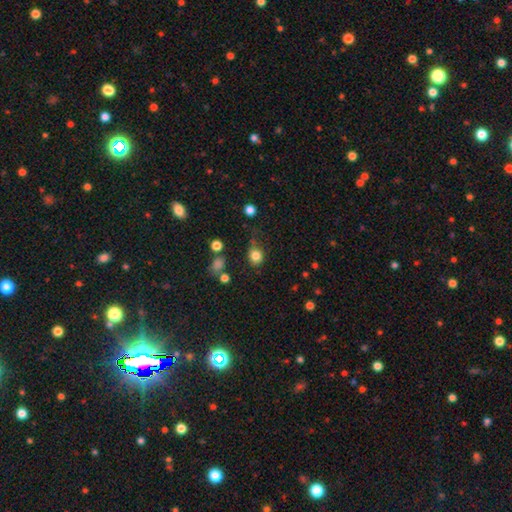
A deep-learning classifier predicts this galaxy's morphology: The model was most divided on "merging": none: 66%, minor disturbance: 21%, major disturbance: 8%, merger: 5%. More confident: smooth or featured — smooth (82%); how rounded — round (75%).